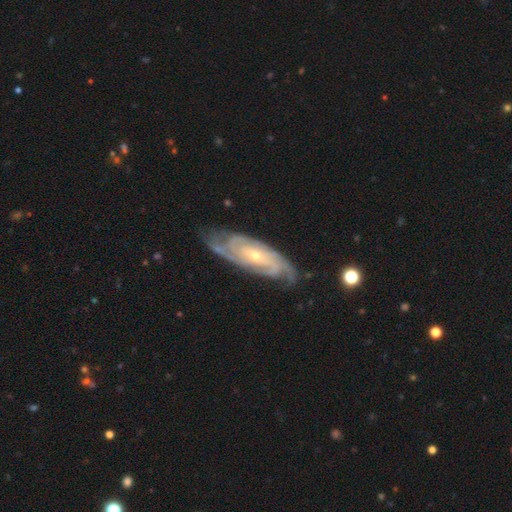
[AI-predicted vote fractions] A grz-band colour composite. It shows a featured or disk galaxy (89%) with no bar (60%), 3 (24%) tight (71%) spiral arms (98%) and a small central bulge (67%). Merging: none (77%).